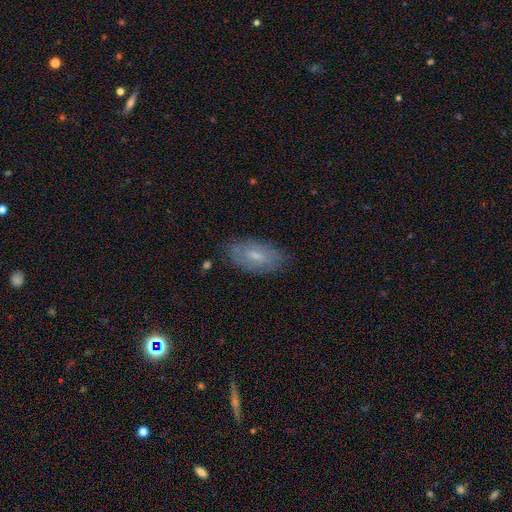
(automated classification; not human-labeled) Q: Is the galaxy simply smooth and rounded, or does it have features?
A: smooth — 53%.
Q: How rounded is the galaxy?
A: in between — 90%.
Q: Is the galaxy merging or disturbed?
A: none — 77%.